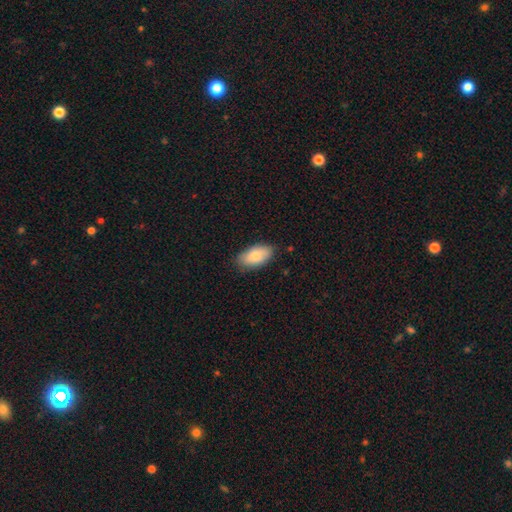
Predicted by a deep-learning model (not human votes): Morphology: type=smooth (83%); roundness=in between (94%); merging=none (81%).